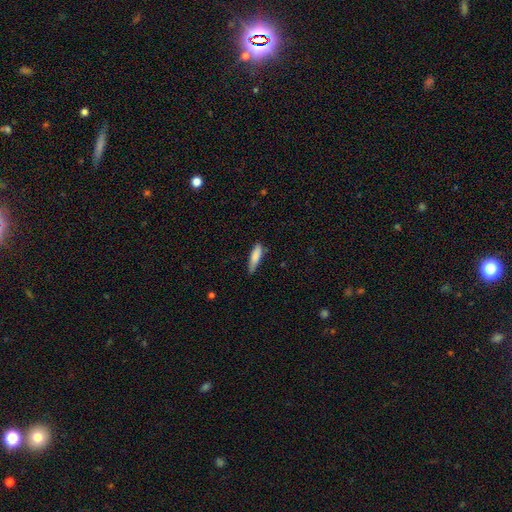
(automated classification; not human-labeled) Smooth or featured: smooth — 83% (featured or disk — 11%)
How rounded: cigar-shaped — 68% (in between — 31%)
Merging: none — 67% (minor disturbance — 27%)